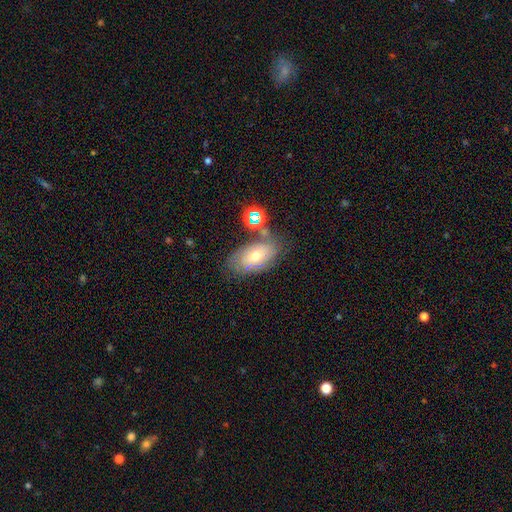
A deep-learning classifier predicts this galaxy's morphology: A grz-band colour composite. It shows a smooth galaxy with no disk features (52%) that is in between round and cigar-shaped (89%). Merging: none (61%).